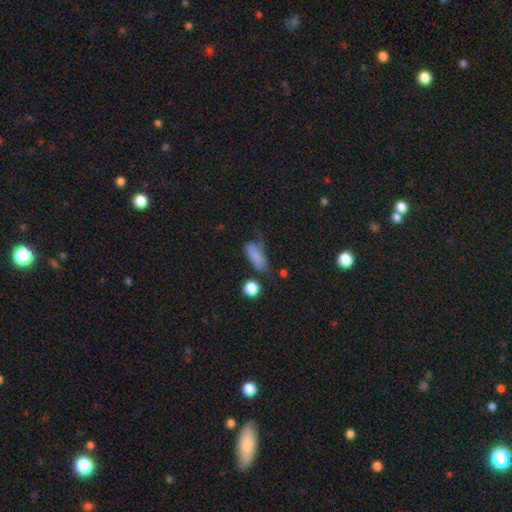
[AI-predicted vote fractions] A smooth galaxy with no disk features (74%) that is in between round and cigar-shaped (79%).

Vote fractions:
- Smooth or featured? smooth: 74% / featured or disk: 13% / star or artifact: 13%
- How rounded? in between: 79% / cigar-shaped: 14% / round: 7%
- Merging? none: 34% / minor disturbance: 30% / major disturbance: 29% / merger: 7%